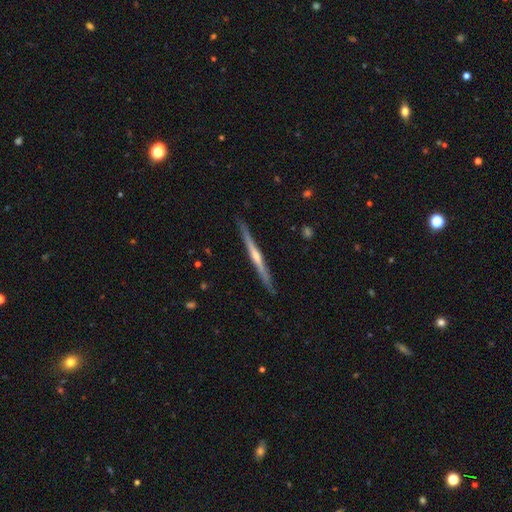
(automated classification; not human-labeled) smooth-or-featured: featured or disk: 77% | smooth: 17% | star or artifact: 5%
  disk-edge-on: yes: 98% | no: 2%
    edge-on-bulge: rounded: 76% | none: 19% | boxy: 5%
  merging: none: 91% | minor disturbance: 7% | major disturbance: 1% | merger: 1%